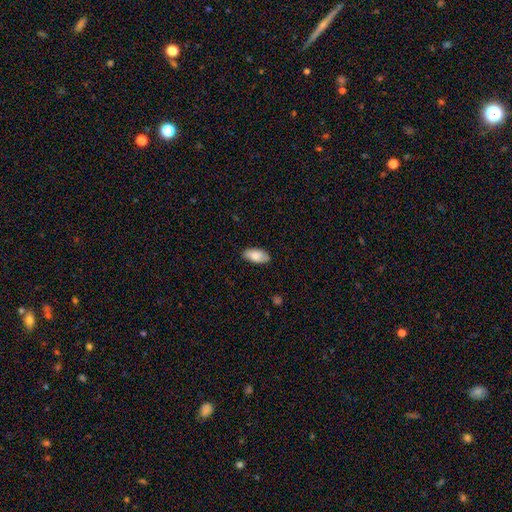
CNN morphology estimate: A smooth galaxy with no disk features (82%) that is in between round and cigar-shaped (92%). Merging: none (82%).